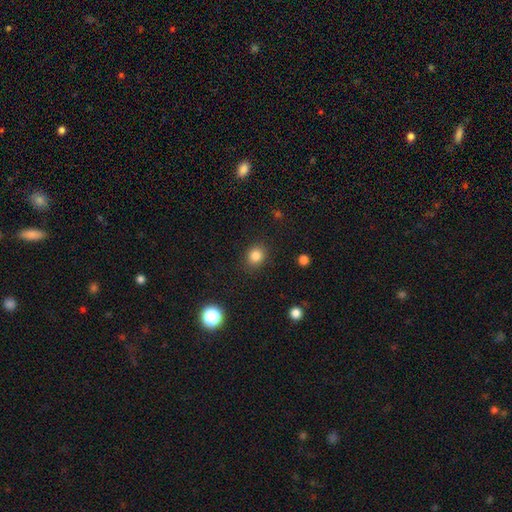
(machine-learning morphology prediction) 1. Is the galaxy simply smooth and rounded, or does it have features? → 83% smooth, 12% star or artifact, 5% featured or disk.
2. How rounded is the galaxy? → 75% round, 24% in between, 1% cigar-shaped.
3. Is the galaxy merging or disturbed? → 88% none, 8% minor disturbance, 3% major disturbance, 1% merger.